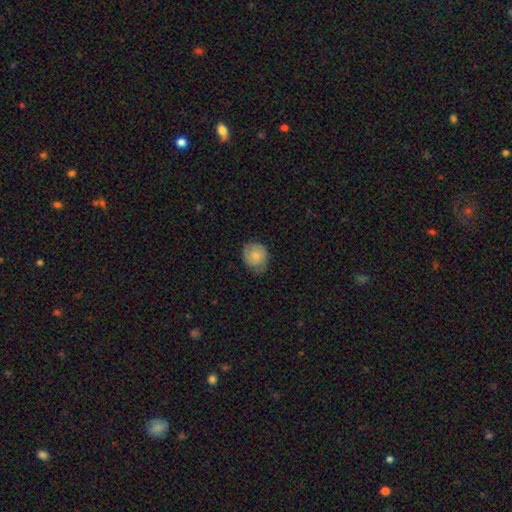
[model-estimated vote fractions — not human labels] The model was most divided on "merging": none: 65%, minor disturbance: 28%, major disturbance: 6%, merger: 1%. More confident: how rounded — round (79%); smooth or featured — smooth (72%).